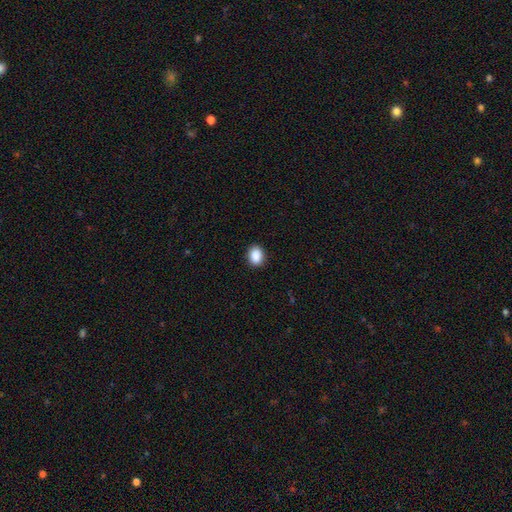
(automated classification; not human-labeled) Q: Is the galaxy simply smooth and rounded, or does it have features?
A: smooth — 90%.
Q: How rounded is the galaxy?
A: in between — 62%.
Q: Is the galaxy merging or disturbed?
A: none — 89%.